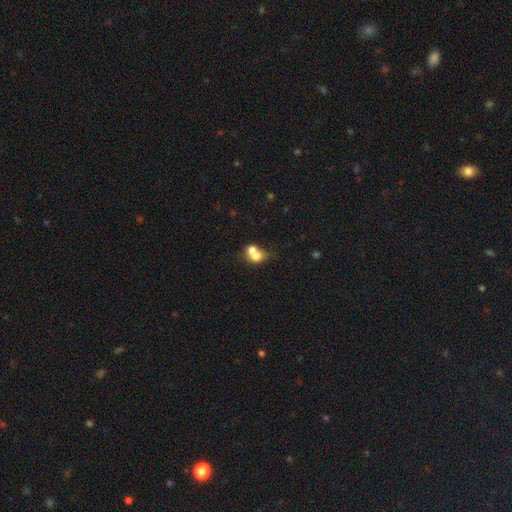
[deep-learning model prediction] Q: Smooth or featured?
A: smooth (68%); runner-up: featured or disk (22%)
Q: How rounded?
A: round (59%); runner-up: in between (40%)
Q: Merging?
A: merger (67%); runner-up: none (21%)